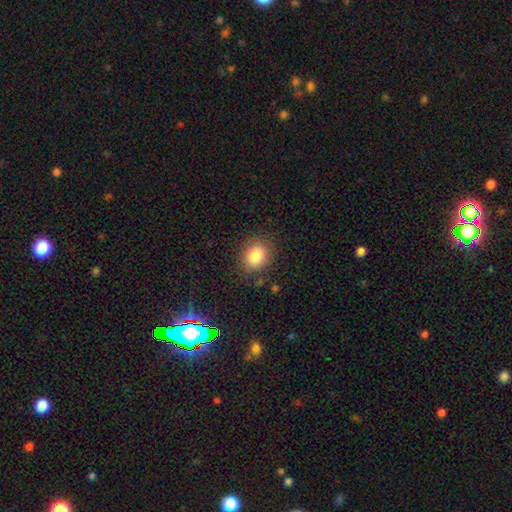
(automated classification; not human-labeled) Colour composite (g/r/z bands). It shows a smooth galaxy with no disk features (84%) that is round (54%). Merging: none (84%).